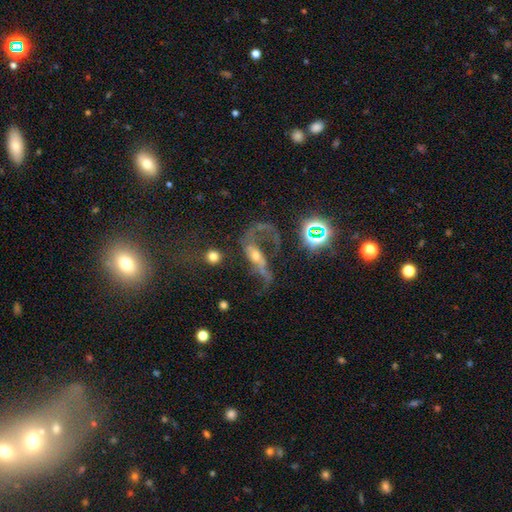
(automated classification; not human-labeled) smooth_or_featured: featured or disk (p=0.64) [alt: star or artifact p=0.18]
disk_edge_on: no (p=0.87) [alt: yes p=0.13]
bar: no (p=0.58) [alt: weak p=0.26]
has_spiral_arms: yes (p=0.64) [alt: no p=0.36]
bulge_size: moderate (p=0.45) [alt: small p=0.39]
merging: major disturbance (p=0.51) [alt: none p=0.25]